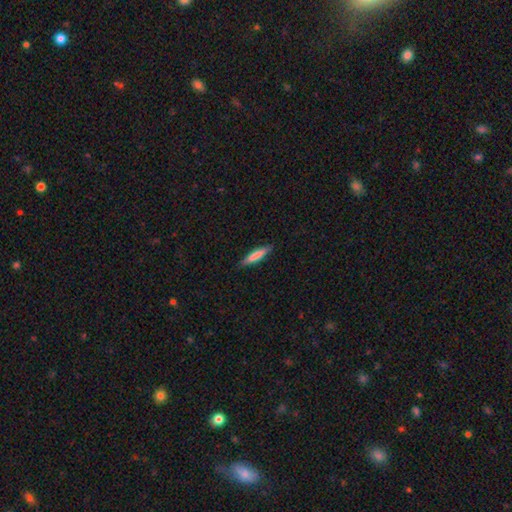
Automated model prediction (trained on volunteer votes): Q: Smooth or featured?
A: smooth (74%); runner-up: featured or disk (20%)
Q: How rounded?
A: cigar-shaped (89%); runner-up: in between (10%)
Q: Merging?
A: none (90%); runner-up: minor disturbance (8%)